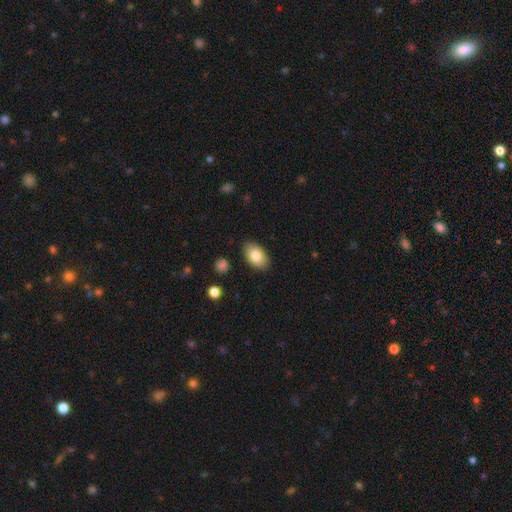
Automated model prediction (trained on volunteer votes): Smooth or featured: smooth — 82% (featured or disk — 11%)
How rounded: in between — 92% (round — 7%)
Merging: none — 87% (minor disturbance — 10%)